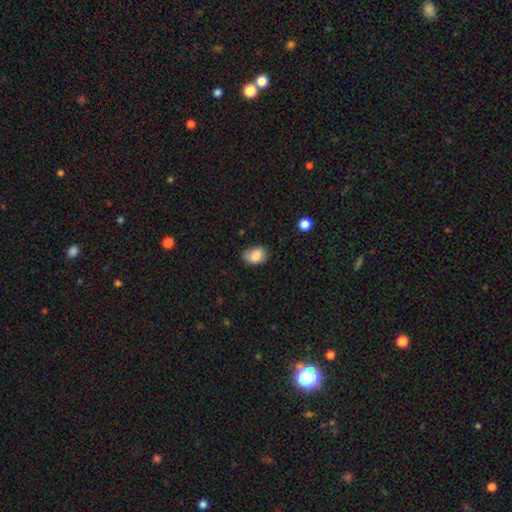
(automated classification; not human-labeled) This appears to be a smooth galaxy with no disk features (84%) that is in between round and cigar-shaped (85%). Merging: none (70%).